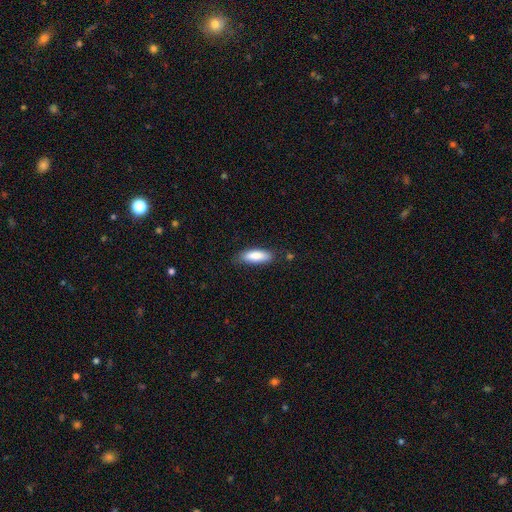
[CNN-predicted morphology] A smooth galaxy with no disk features (84%) that is in between round and cigar-shaped (60%). Merging: none (80%).